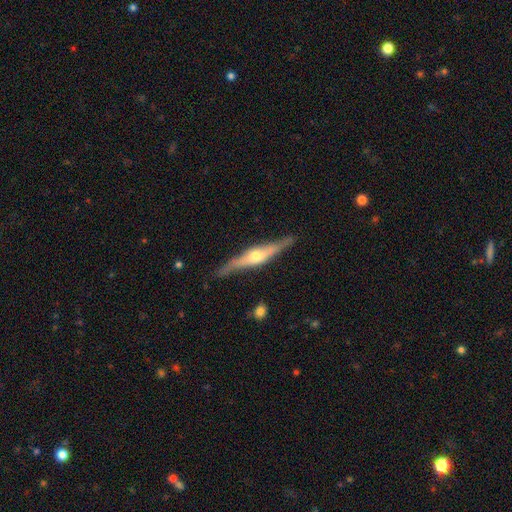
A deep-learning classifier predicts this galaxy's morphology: Q: Smooth or featured?
A: featured or disk (78%); runner-up: smooth (17%)
Q: Edge-on disk?
A: yes (96%); runner-up: no (4%)
Q: Edge-on bulge?
A: rounded (85%); runner-up: boxy (11%)
Q: Merging?
A: none (85%); runner-up: minor disturbance (11%)